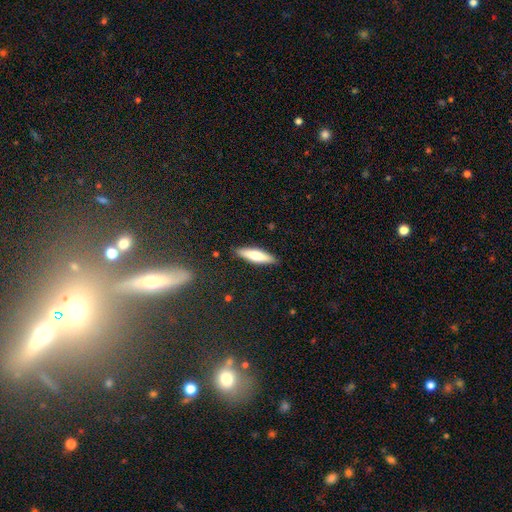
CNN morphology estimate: A smooth galaxy with no disk features (63%) that is cigar-shaped (69%).

Vote fractions:
- Smooth or featured? smooth: 63% / featured or disk: 31% / star or artifact: 6%
- How rounded? cigar-shaped: 69% / in between: 30% / round: 2%
- Merging? none: 89% / minor disturbance: 8% / major disturbance: 2% / merger: 1%